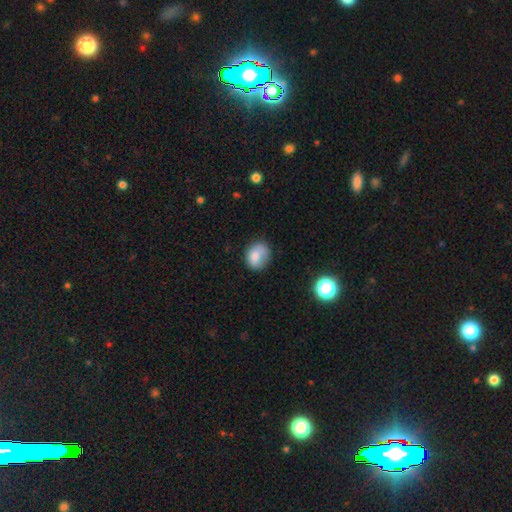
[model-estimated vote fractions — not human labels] Overall: smooth (79%). How rounded: round (55%; in between 44%). Merging: none (61%; minor disturbance 27%).